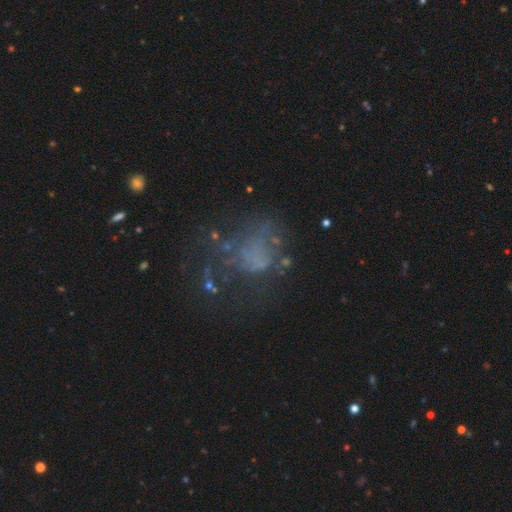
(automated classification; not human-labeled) This appears to be a featured or disk galaxy (47%). Merging: none (40%).